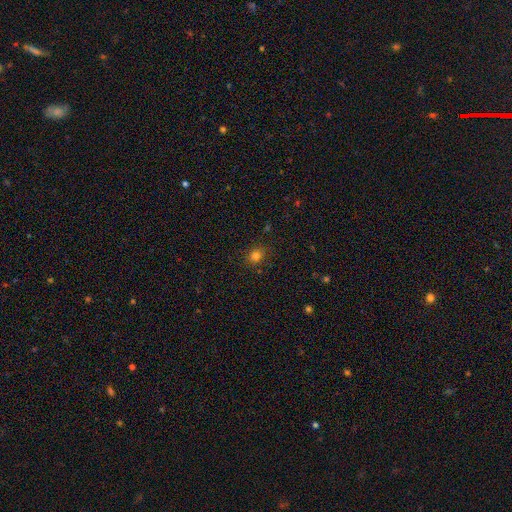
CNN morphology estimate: Smooth or featured? smooth (79%)
How rounded? round (61%)
Merging? none (84%)